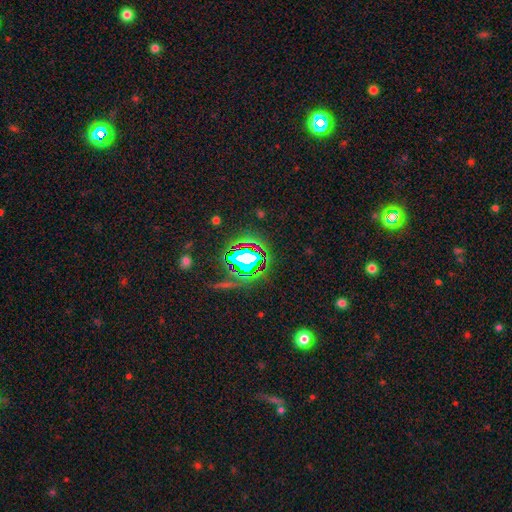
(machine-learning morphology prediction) Overall: star or artifact (75%).